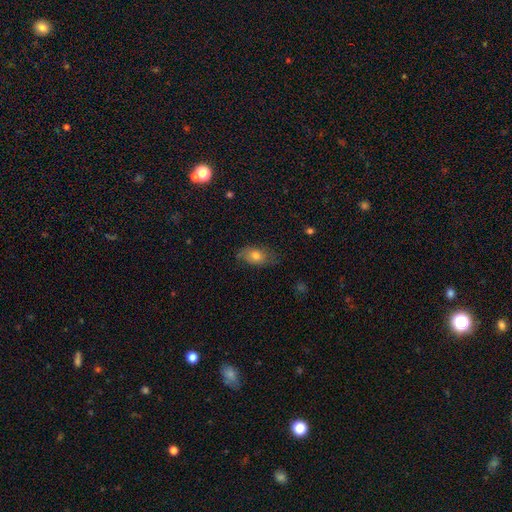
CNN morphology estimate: A smooth galaxy with no disk features (70%) that is in between round and cigar-shaped (83%).

Vote fractions:
- Smooth or featured? smooth: 70% / featured or disk: 21% / star or artifact: 9%
- How rounded? in between: 83% / round: 13% / cigar-shaped: 3%
- Merging? none: 67% / minor disturbance: 25% / major disturbance: 7% / merger: 1%